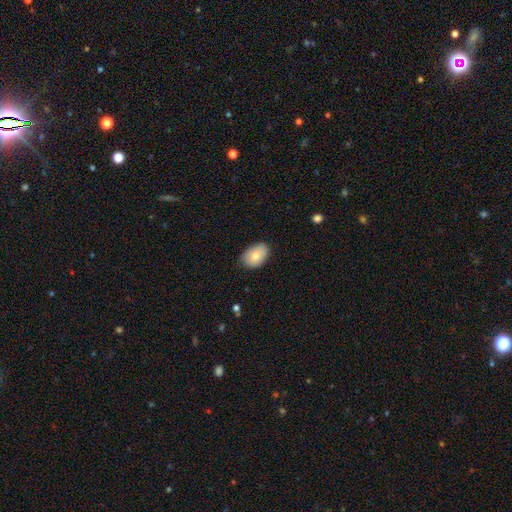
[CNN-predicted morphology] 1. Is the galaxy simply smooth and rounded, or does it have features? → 80% smooth, 12% featured or disk, 7% star or artifact.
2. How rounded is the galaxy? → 85% in between, 14% round, 1% cigar-shaped.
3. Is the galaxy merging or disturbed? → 78% none, 18% minor disturbance, 3% major disturbance, 1% merger.